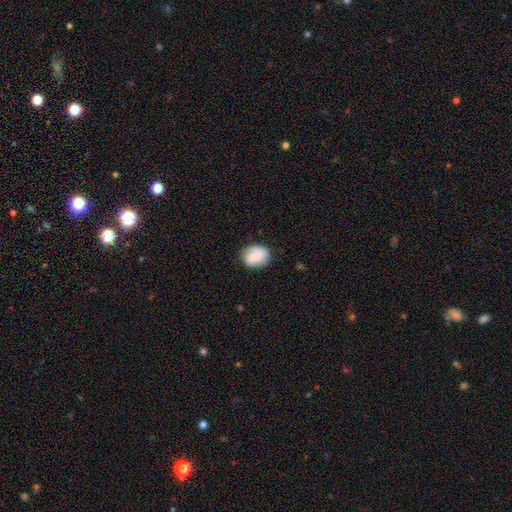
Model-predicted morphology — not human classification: smooth_or_featured: smooth (p=0.61) [alt: featured or disk p=0.31]
how_rounded: in between (p=0.57) [alt: round p=0.42]
merging: none (p=0.72) [alt: minor disturbance p=0.21]